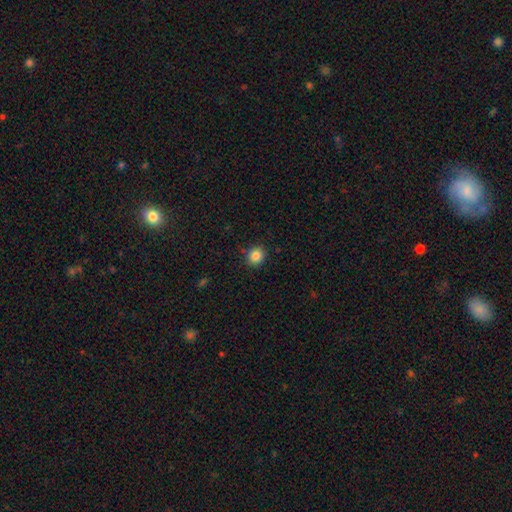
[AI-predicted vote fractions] Smooth or featured: smooth — 86% (star or artifact — 10%)
How rounded: round — 84% (in between — 15%)
Merging: none — 88% (minor disturbance — 8%)